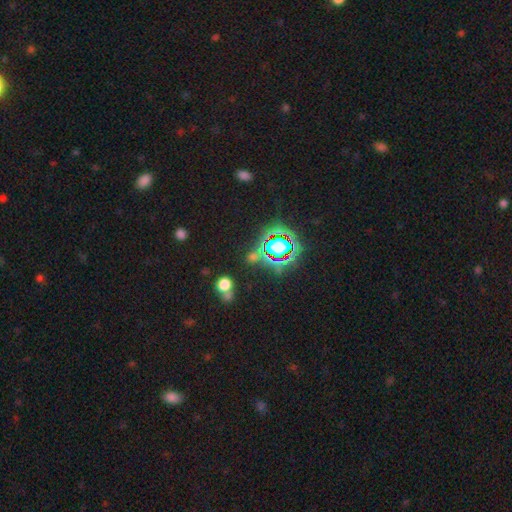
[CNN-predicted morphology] smooth-or-featured: star or artifact: 71% | smooth: 21% | featured or disk: 8%